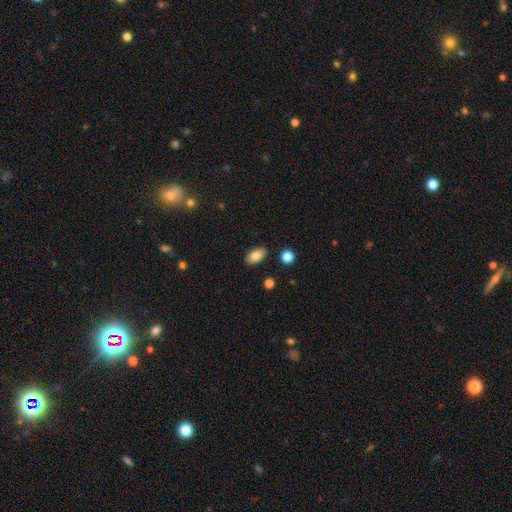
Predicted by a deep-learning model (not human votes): Smooth or featured? Predicted: smooth (p=0.82). How rounded? Predicted: in between (p=0.92). Merging? Predicted: none (p=0.89).